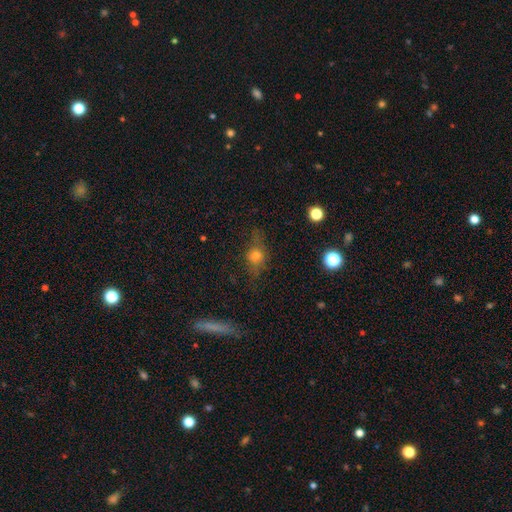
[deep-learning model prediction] Smooth or featured: smooth — 50% (featured or disk — 31%)
How rounded: in between — 44% (round — 38%)
Merging: none — 70% (minor disturbance — 18%)